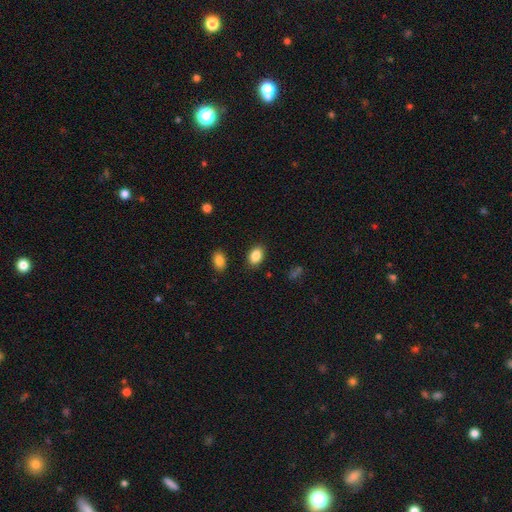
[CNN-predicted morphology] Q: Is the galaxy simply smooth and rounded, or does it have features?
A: smooth — 87%.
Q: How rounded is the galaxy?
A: in between — 85%.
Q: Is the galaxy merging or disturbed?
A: none — 86%.